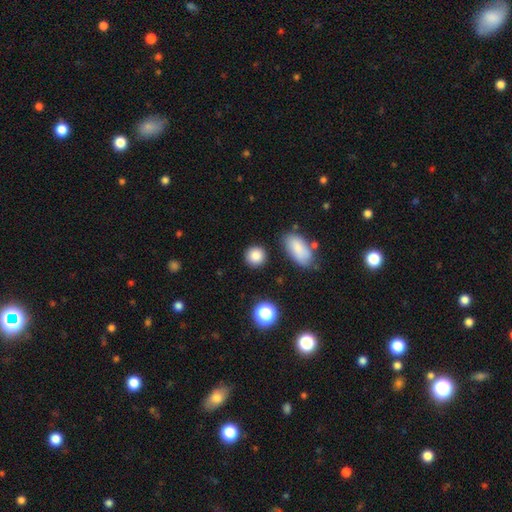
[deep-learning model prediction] smooth 85%, star or artifact 10%, featured or disk 5%. Down the decision tree: how rounded — round (86%); merging — none (84%).